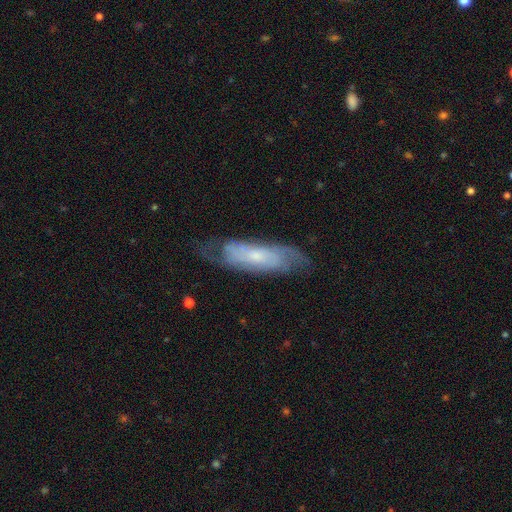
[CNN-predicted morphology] Smooth or featured?
  - featured or disk: 62% *
  - smooth: 31%
  - star or artifact: 7%
Edge-on disk?
  - no: 76% *
  - yes: 24%
Merging?
  - none: 64% *
  - minor disturbance: 24%
  - major disturbance: 10%
  - merger: 2%